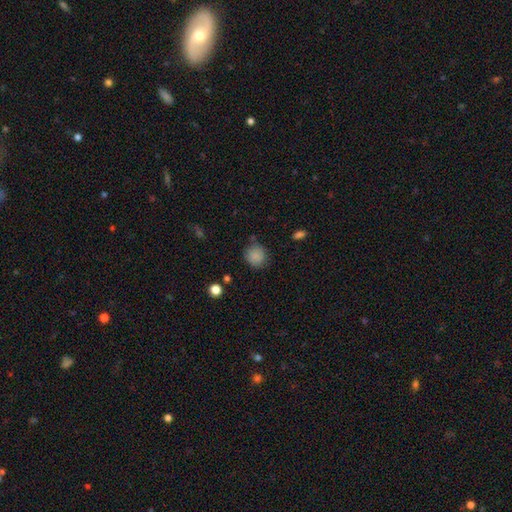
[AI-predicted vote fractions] Q: Smooth or featured?
A: smooth (86%); runner-up: star or artifact (10%)
Q: How rounded?
A: round (86%); runner-up: in between (13%)
Q: Merging?
A: none (78%); runner-up: minor disturbance (14%)